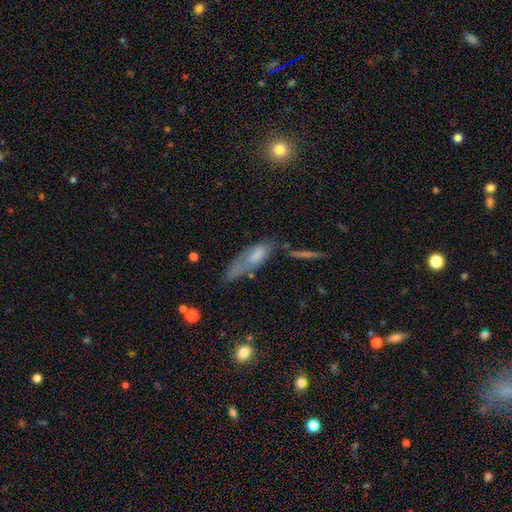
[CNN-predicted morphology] This appears to be a smooth galaxy with no disk features (64%) that is in between round and cigar-shaped (56%). Merging: none (37%).